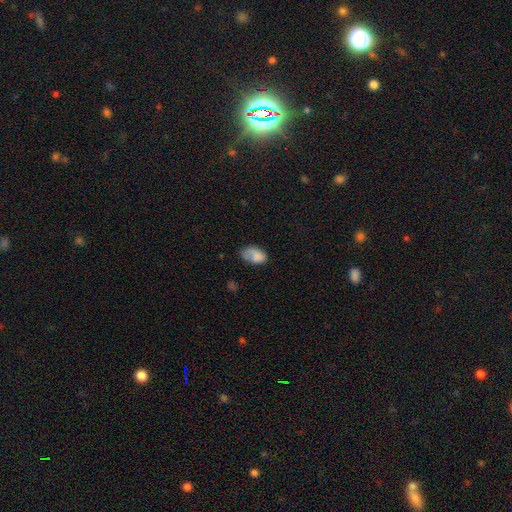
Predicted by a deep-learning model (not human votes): This is likely a smooth galaxy (79%). How rounded: clearly in between (91%). Merging: possibly none (53%).